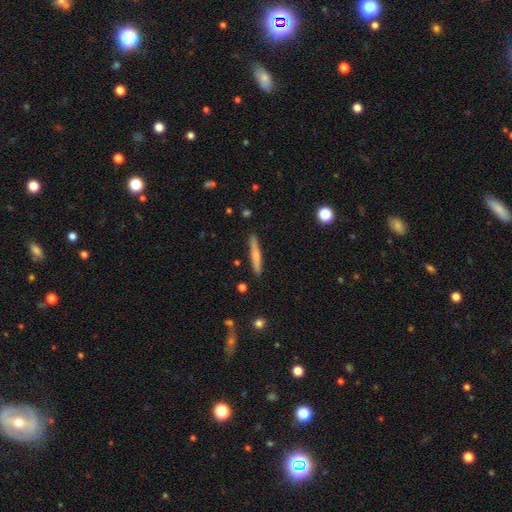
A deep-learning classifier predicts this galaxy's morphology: smooth 59%, featured or disk 35%, star or artifact 6%. Down the decision tree: how rounded — cigar-shaped (94%); merging — none (90%).